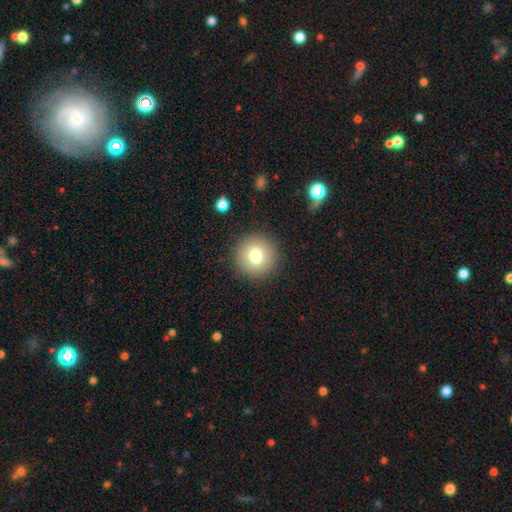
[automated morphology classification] smooth_or_featured: smooth (p=0.76) [alt: featured or disk p=0.13]
how_rounded: round (p=0.95) [alt: in between p=0.04]
merging: none (p=0.90) [alt: minor disturbance p=0.06]